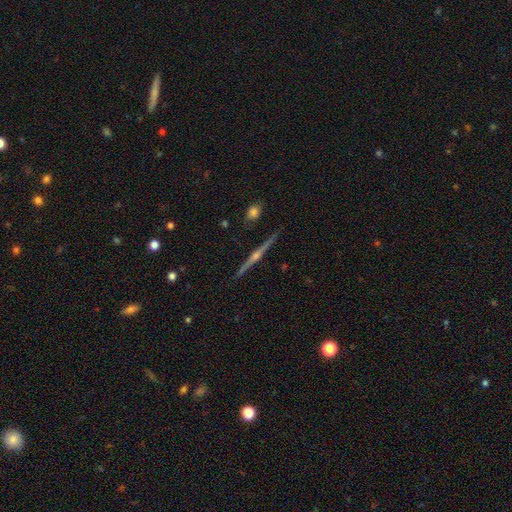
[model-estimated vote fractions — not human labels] featured or disk 85%, smooth 9%, star or artifact 6%. Down the decision tree: edge-on disk — yes (99%); edge-on bulge — rounded (91%); merging — none (92%).